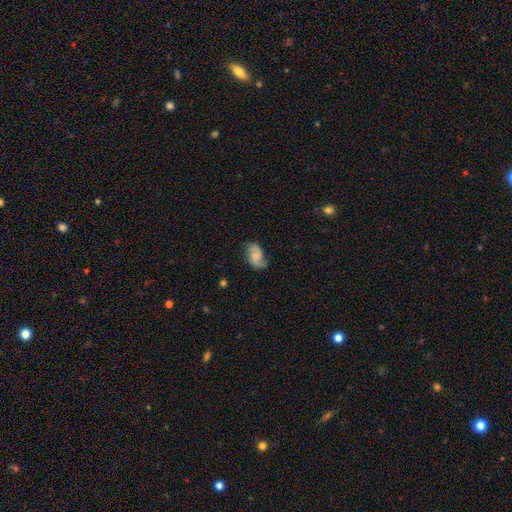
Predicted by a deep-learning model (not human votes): Overall: featured or disk (65%; smooth 27%). Edge-on disk: no (97%). Bar: no (59%; weak 34%). Spiral arms: yes (94%). Spiral arm count: 2 (86%). Spiral winding: medium (44%; loose 38%). Bulge size: small (41%; none 31%). Merging: none (69%).